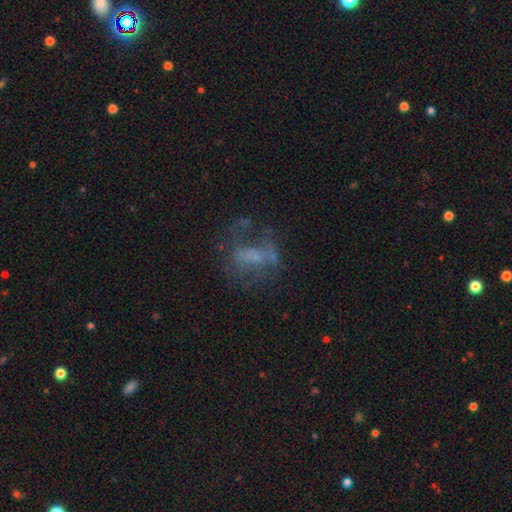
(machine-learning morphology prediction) smooth_or_featured: featured or disk (p=0.51) [alt: smooth p=0.31]
disk_edge_on: no (p=0.95) [alt: yes p=0.05]
merging: none (p=0.45) [alt: major disturbance p=0.32]